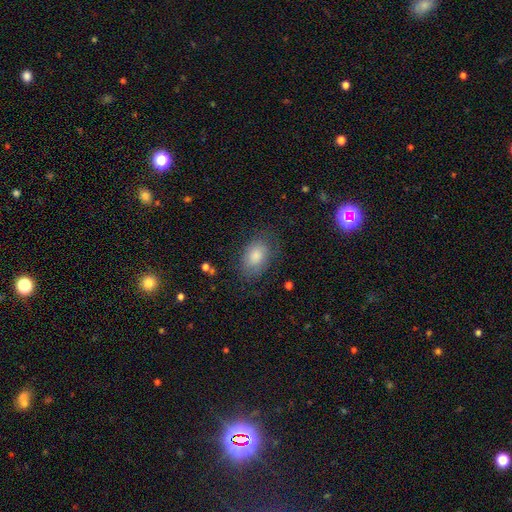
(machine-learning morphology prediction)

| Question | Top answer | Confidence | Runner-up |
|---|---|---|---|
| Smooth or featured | smooth | 79% | featured or disk (14%) |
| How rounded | in between | 85% | round (14%) |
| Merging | none | 71% | minor disturbance (19%) |